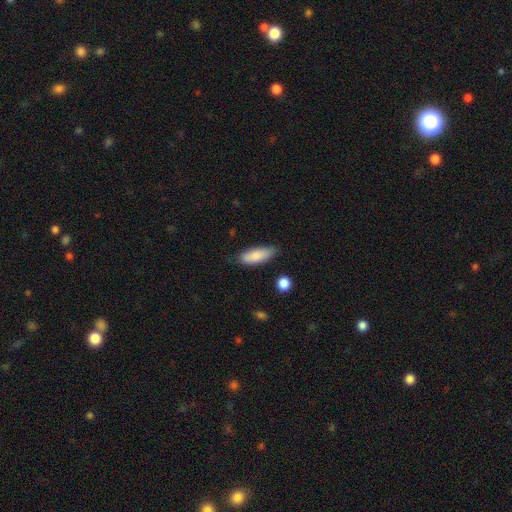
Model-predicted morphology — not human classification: smooth-or-featured: smooth: 82% | featured or disk: 11% | star or artifact: 6%
  how-rounded: in between: 65% | cigar-shaped: 33% | round: 2%
  merging: none: 76% | minor disturbance: 18% | major disturbance: 3% | merger: 2%